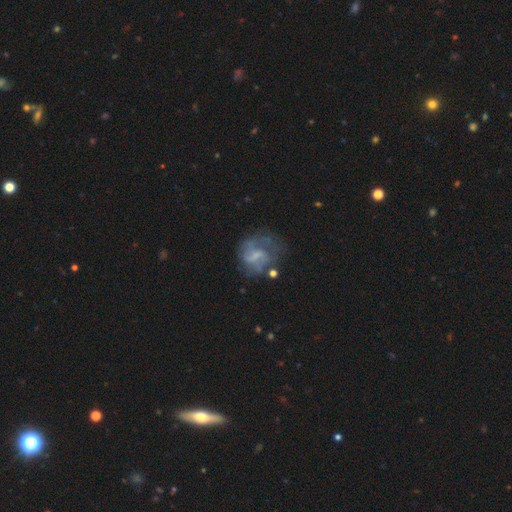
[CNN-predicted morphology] Overall: featured or disk (58%; smooth 31%). Edge-on disk: no (98%). Bar: no (44%; weak 42%). Spiral arms: yes (54%; no 46%). Bulge size: none (52%; small 24%). Merging: none (44%; major disturbance 29%).